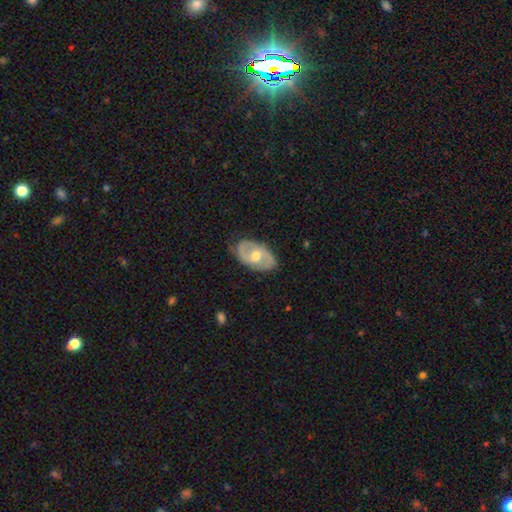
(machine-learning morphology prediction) Smooth or featured? featured or disk (69%)
Edge-on disk? no (93%)
Bar? no (54%)
Spiral arms? yes (66%)
Bulge size? moderate (77%)
Merging? none (79%)